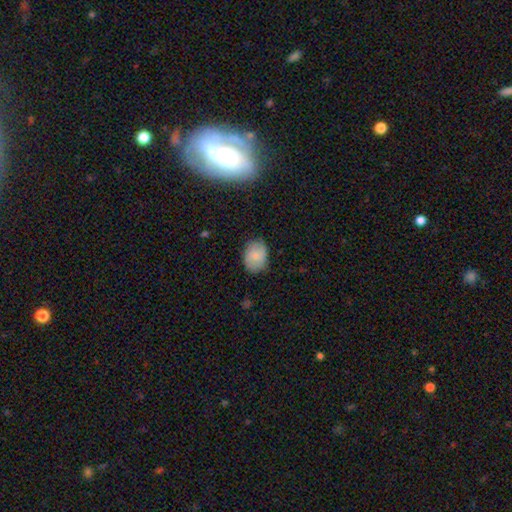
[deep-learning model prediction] This appears to be a smooth galaxy with no disk features (80%) that is in between round and cigar-shaped (67%). Merging: none (79%).